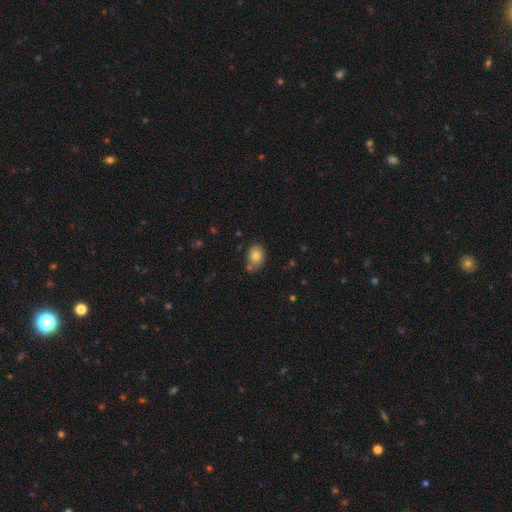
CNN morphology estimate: This is clearly a smooth galaxy (80%). How rounded: likely in between (61%). Merging: likely none (70%).